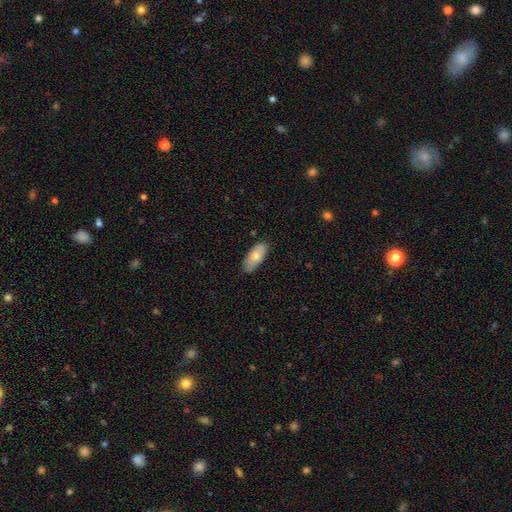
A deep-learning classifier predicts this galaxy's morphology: A smooth galaxy with no disk features (75%) that is in between round and cigar-shaped (88%). Merging: none (81%).